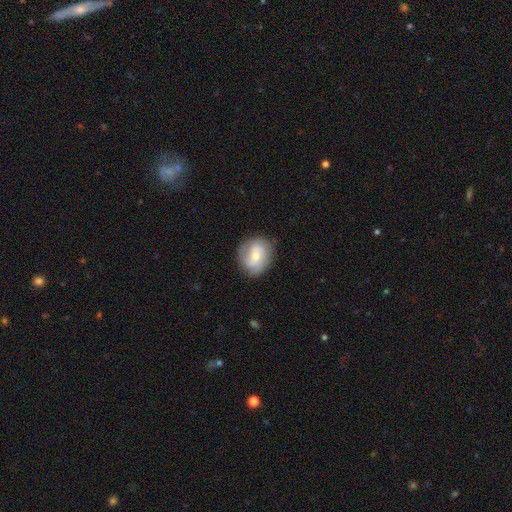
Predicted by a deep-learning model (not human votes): Smooth or featured: featured or disk — 47% (smooth — 46%)
Merging: none — 78% (minor disturbance — 16%)